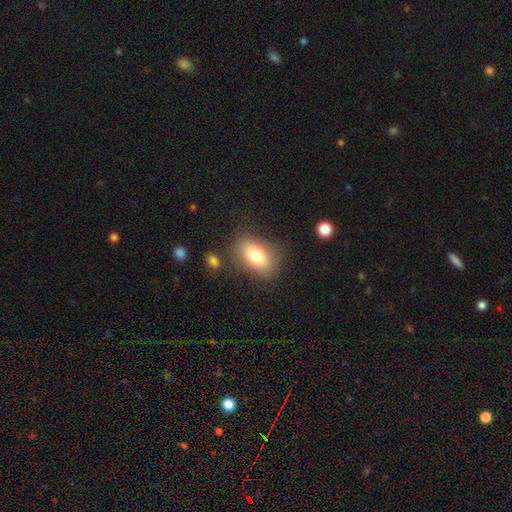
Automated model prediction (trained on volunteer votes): Smooth or featured?
  - smooth: 78% *
  - featured or disk: 14%
  - star or artifact: 8%
How rounded?
  - in between: 88% *
  - round: 9%
  - cigar-shaped: 3%
Merging?
  - none: 76% *
  - minor disturbance: 15%
  - major disturbance: 6%
  - merger: 4%